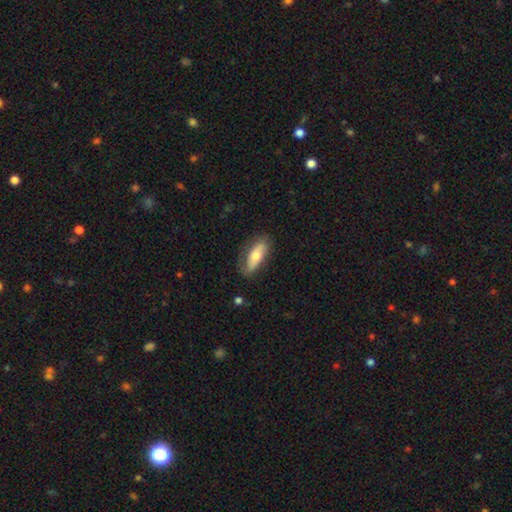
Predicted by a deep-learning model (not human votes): Q: Smooth or featured?
A: smooth (58%); runner-up: featured or disk (36%)
Q: How rounded?
A: in between (69%); runner-up: cigar-shaped (28%)
Q: Merging?
A: none (75%); runner-up: minor disturbance (18%)